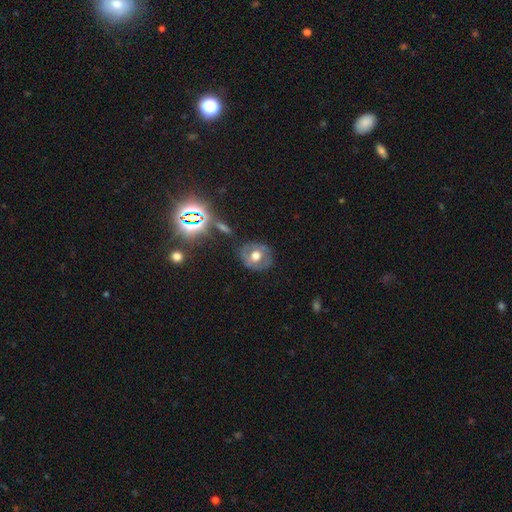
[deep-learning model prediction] Smooth or featured: featured or disk — 46% (smooth — 41%)
Merging: none — 77% (minor disturbance — 15%)